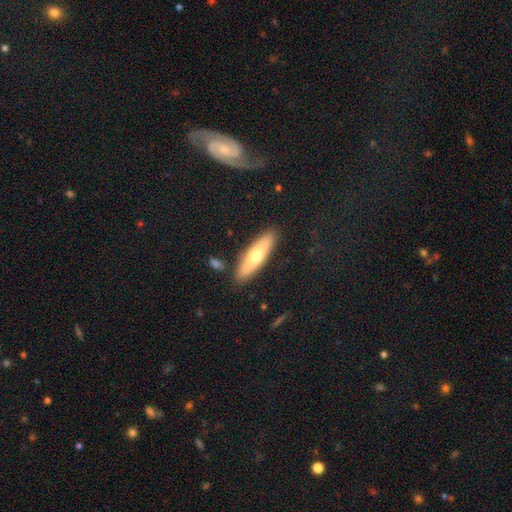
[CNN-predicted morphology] This is likely a smooth galaxy (62%). How rounded: likely cigar-shaped (63%). Merging: clearly none (86%).